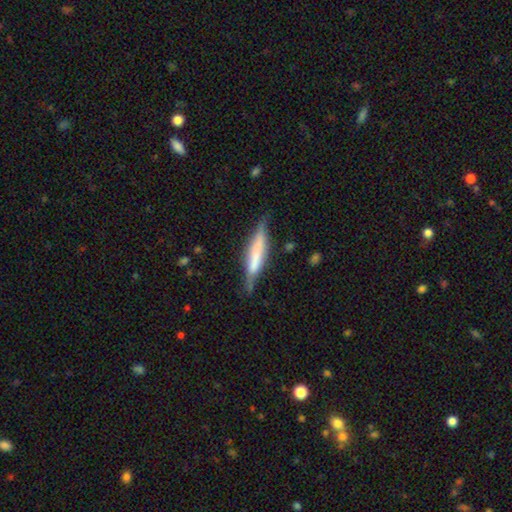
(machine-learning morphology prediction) Smooth or featured: featured or disk — 51% (smooth — 42%)
Edge-on disk: yes — 93% (no — 7%)
Merging: none — 72% (minor disturbance — 20%)